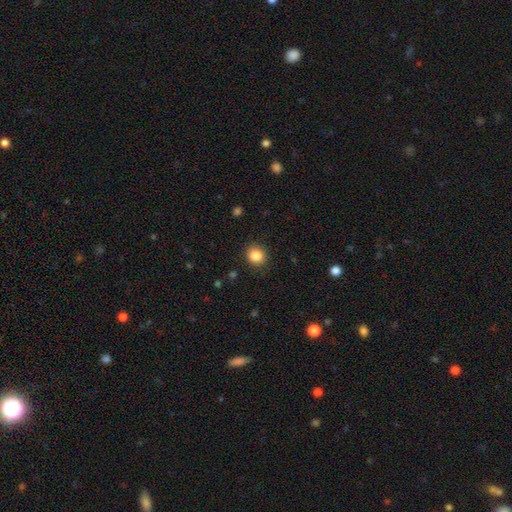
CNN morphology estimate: A smooth galaxy with no disk features (86%) that is round (81%). Merging: none (89%).